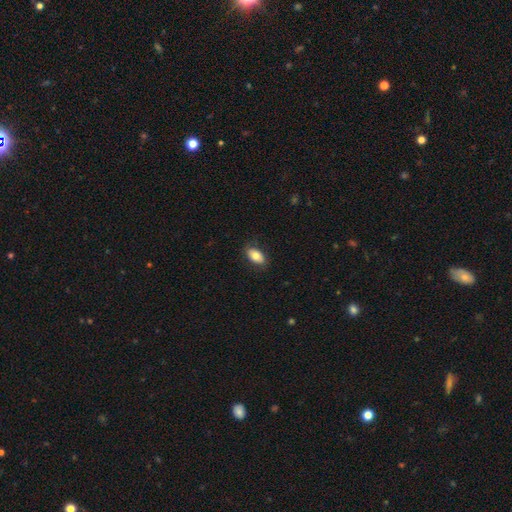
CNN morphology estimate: Q: Smooth or featured?
A: smooth (79%); runner-up: featured or disk (14%)
Q: How rounded?
A: in between (92%); runner-up: round (5%)
Q: Merging?
A: none (82%); runner-up: minor disturbance (14%)